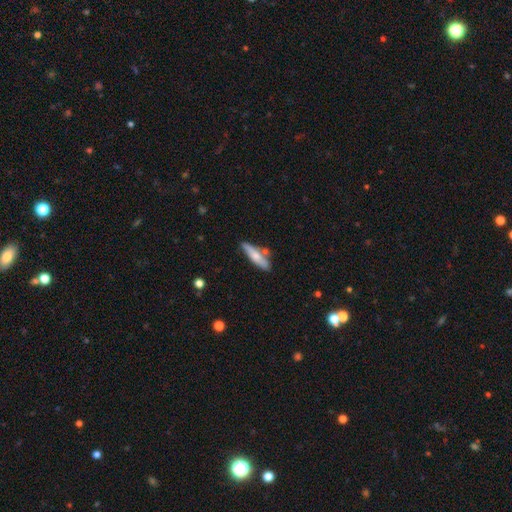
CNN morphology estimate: smooth 63%, featured or disk 31%, star or artifact 6%. Down the decision tree: how rounded — cigar-shaped (68%); merging — none (69%).